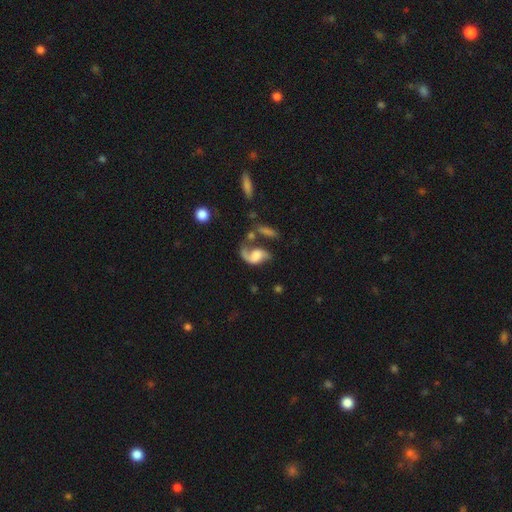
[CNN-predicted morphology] smooth-or-featured: featured or disk: 75% | smooth: 17% | star or artifact: 8%
  disk-edge-on: no: 97% | yes: 3%
    bar: no: 56% | weak: 34% | strong: 9%
    has-spiral-arms: yes: 92% | no: 8%
      spiral-winding: loose: 64% | medium: 29% | tight: 7%
      spiral-arm-count: 2: 67% | 1: 27% | can't tell: 3% | 3: 1% | 4: 1% | more than 4: 1%
    bulge-size: large: 30% | moderate: 27% | none: 25% | small: 14% | dominant: 4%
  merging: none: 37% | major disturbance: 26% | merger: 20% | minor disturbance: 17%